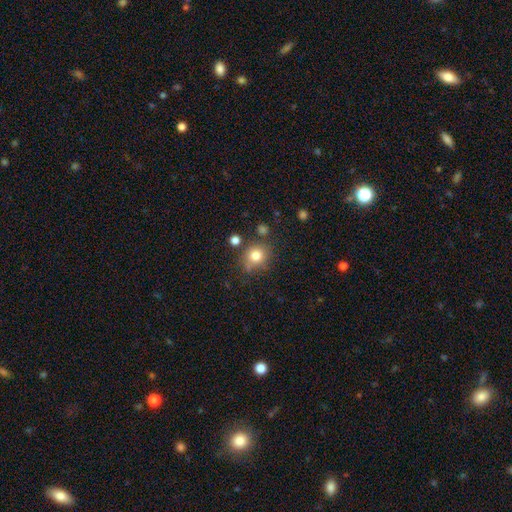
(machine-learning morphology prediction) A smooth galaxy with no disk features (79%) that is round (81%).

Vote fractions:
- Smooth or featured? smooth: 79% / star or artifact: 12% / featured or disk: 9%
- How rounded? round: 81% / in between: 18% / cigar-shaped: 1%
- Merging? none: 72% / minor disturbance: 15% / merger: 8% / major disturbance: 5%